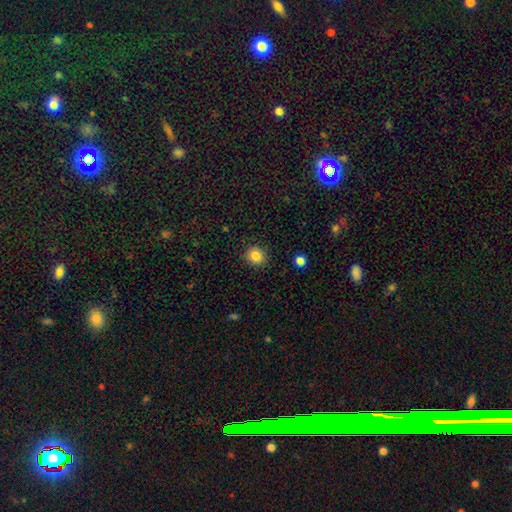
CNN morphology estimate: Smooth or featured: smooth — 84% (star or artifact — 11%)
How rounded: round — 84% (in between — 15%)
Merging: none — 89% (minor disturbance — 8%)